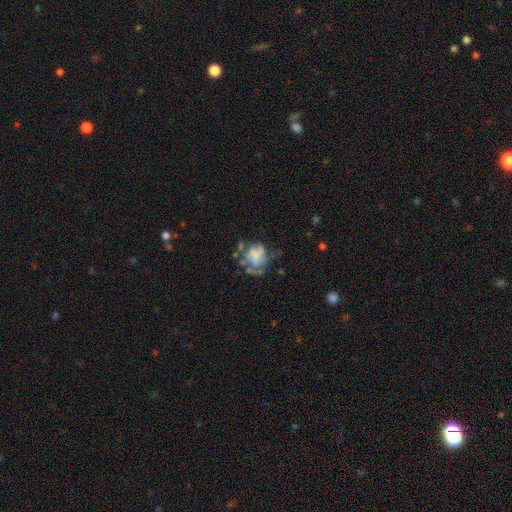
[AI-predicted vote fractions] Smooth or featured: featured or disk — 53% (smooth — 36%)
Edge-on disk: no — 98% (yes — 2%)
Bar: no — 80% (weak — 16%)
Spiral arms: no — 71% (yes — 29%)
Bulge size: none — 52% (small — 20%)
Merging: none — 35% (major disturbance — 32%)